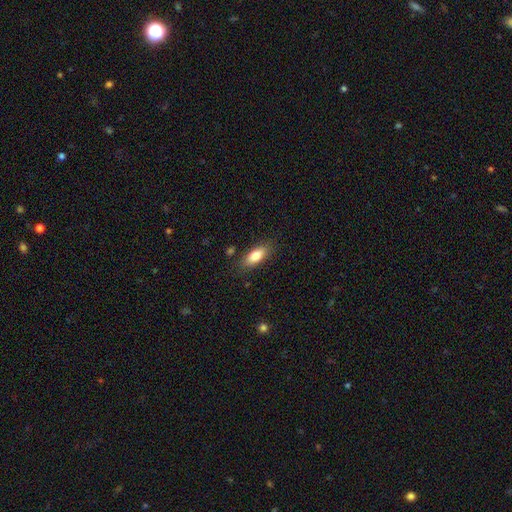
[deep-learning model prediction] A smooth galaxy with no disk features (82%) that is in between round and cigar-shaped (79%).

Vote fractions:
- Smooth or featured? smooth: 82% / featured or disk: 11% / star or artifact: 7%
- How rounded? in between: 79% / cigar-shaped: 18% / round: 3%
- Merging? none: 82% / minor disturbance: 13% / major disturbance: 3% / merger: 2%